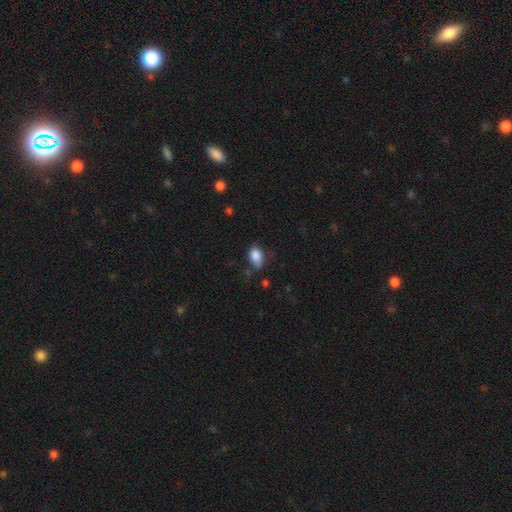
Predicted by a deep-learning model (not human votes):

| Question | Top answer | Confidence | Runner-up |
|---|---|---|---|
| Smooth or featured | smooth | 85% | star or artifact (9%) |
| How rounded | in between | 78% | round (21%) |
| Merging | none | 46% | minor disturbance (36%) |